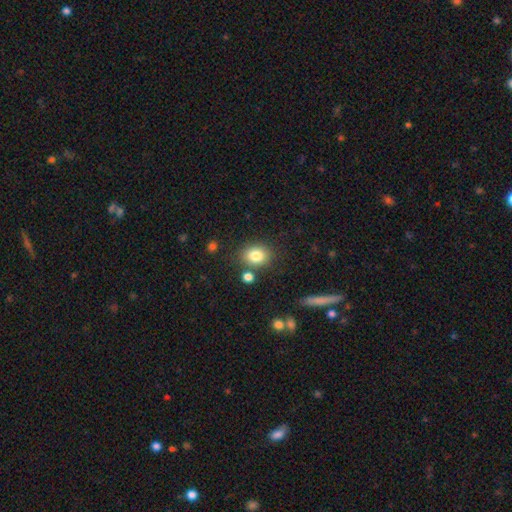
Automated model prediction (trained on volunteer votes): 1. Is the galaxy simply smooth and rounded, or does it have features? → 82% smooth, 10% star or artifact, 8% featured or disk.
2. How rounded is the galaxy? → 50% round, 49% in between, 1% cigar-shaped.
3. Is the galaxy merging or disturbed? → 78% none, 11% minor disturbance, 8% merger, 3% major disturbance.